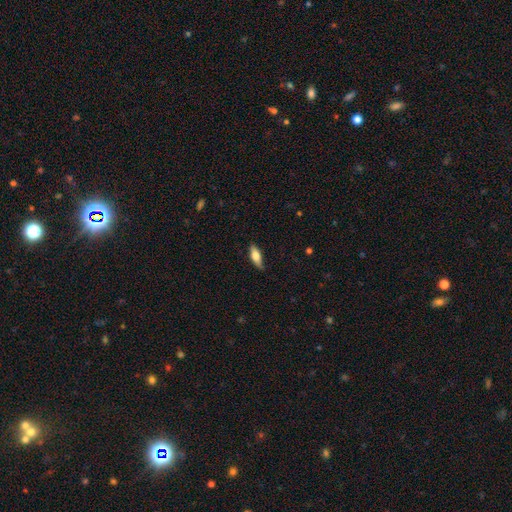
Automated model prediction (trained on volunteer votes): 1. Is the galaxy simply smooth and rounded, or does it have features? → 66% smooth, 28% featured or disk, 6% star or artifact.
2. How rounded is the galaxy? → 64% in between, 33% cigar-shaped, 3% round.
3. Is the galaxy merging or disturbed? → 78% none, 18% minor disturbance, 3% major disturbance, 1% merger.